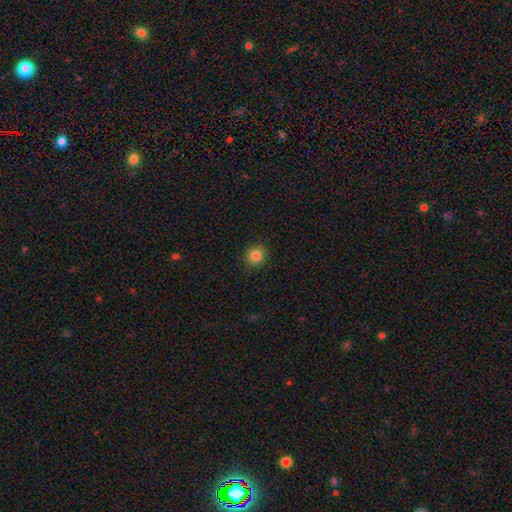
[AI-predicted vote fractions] smooth-or-featured: smooth: 85% | star or artifact: 11% | featured or disk: 4%
  how-rounded: round: 90% | in between: 9% | cigar-shaped: 1%
  merging: none: 91% | minor disturbance: 6% | major disturbance: 2% | merger: 1%